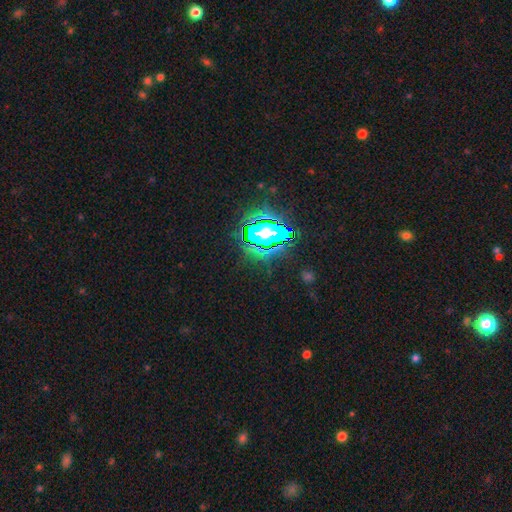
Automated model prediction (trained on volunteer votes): A star or artifact, not a galaxy (83%).